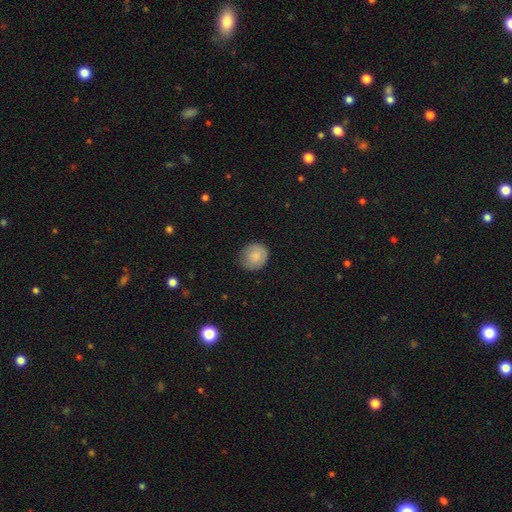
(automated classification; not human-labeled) Q: Smooth or featured?
A: smooth (83%); runner-up: featured or disk (10%)
Q: How rounded?
A: round (82%); runner-up: in between (17%)
Q: Merging?
A: none (78%); runner-up: minor disturbance (18%)